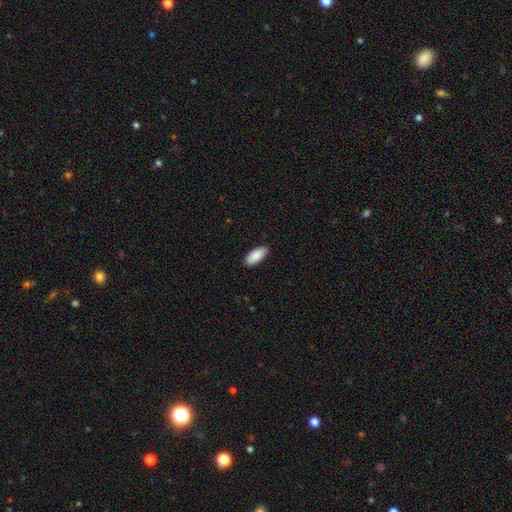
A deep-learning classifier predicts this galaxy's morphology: smooth_or_featured: smooth (p=0.90) [alt: star or artifact p=0.06]
how_rounded: in between (p=0.89) [alt: cigar-shaped p=0.09]
merging: none (p=0.88) [alt: minor disturbance p=0.10]